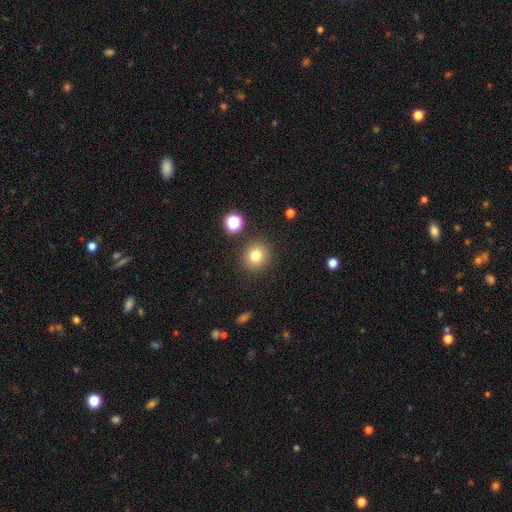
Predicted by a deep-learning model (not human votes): A smooth galaxy with no disk features (79%) that is round (87%).

Vote fractions:
- Smooth or featured? smooth: 79% / star or artifact: 13% / featured or disk: 8%
- How rounded? round: 87% / in between: 12% / cigar-shaped: 1%
- Merging? none: 87% / minor disturbance: 7% / merger: 3% / major disturbance: 3%